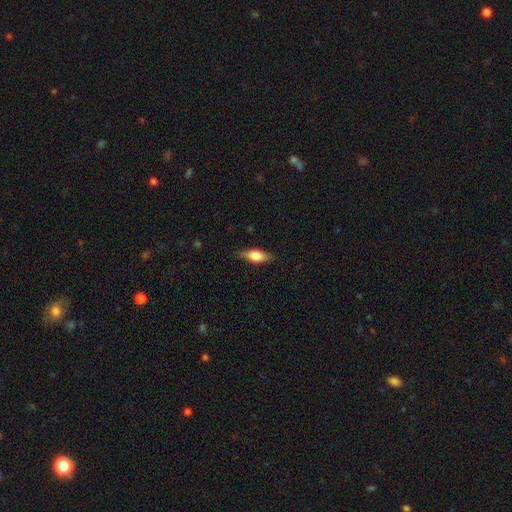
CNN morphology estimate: A smooth galaxy with no disk features (51%) that is in between round and cigar-shaped (59%). Merging: none (85%).